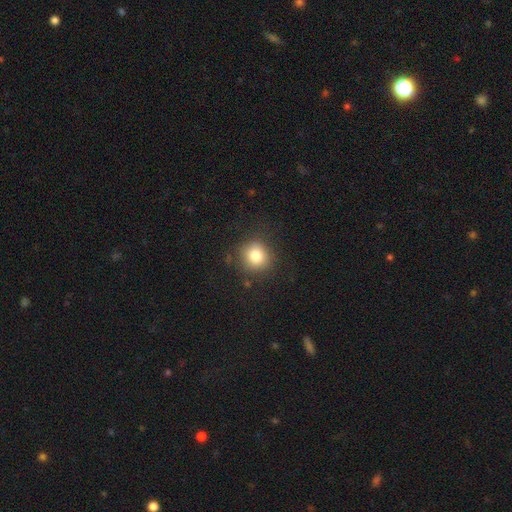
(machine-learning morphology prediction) This appears to be a smooth galaxy with no disk features (81%) that is round (89%). Merging: none (84%).